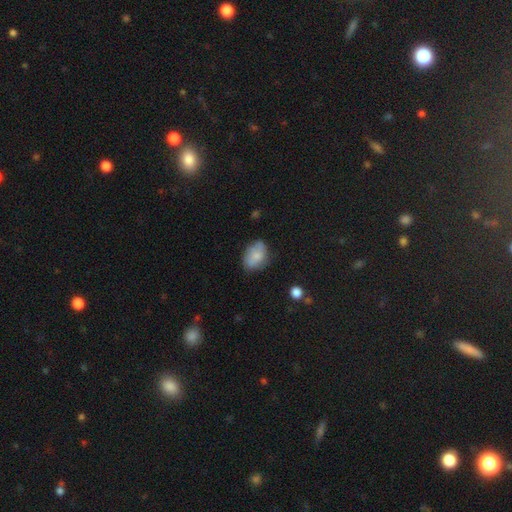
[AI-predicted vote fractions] Smooth or featured?
  - smooth: 73% *
  - featured or disk: 19%
  - star or artifact: 7%
How rounded?
  - in between: 77% *
  - round: 21%
  - cigar-shaped: 1%
Merging?
  - none: 65% *
  - minor disturbance: 27%
  - major disturbance: 6%
  - merger: 2%